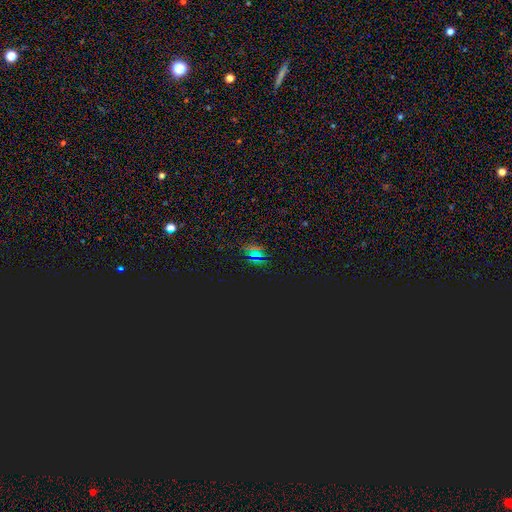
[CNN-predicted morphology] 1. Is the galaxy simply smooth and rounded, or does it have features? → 64% star or artifact, 27% smooth, 9% featured or disk.